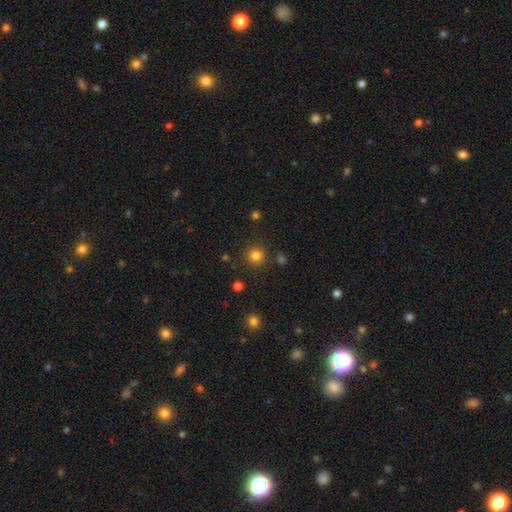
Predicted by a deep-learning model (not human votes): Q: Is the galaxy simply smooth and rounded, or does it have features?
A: smooth — 82%.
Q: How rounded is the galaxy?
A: round — 94%.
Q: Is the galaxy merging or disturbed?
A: none — 88%.